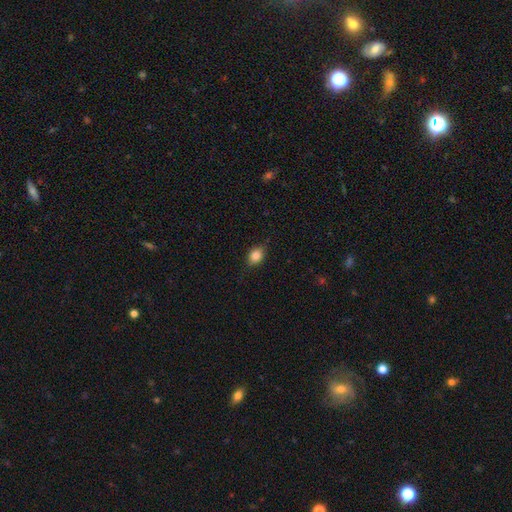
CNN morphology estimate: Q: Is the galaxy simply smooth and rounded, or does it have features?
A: smooth — 84%.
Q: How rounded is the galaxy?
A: in between — 66%.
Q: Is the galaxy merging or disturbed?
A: none — 80%.